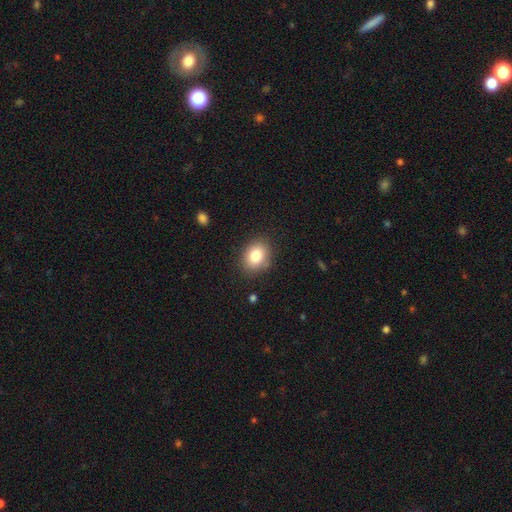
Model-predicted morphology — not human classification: Smooth or featured? Predicted: smooth (p=0.82). How rounded? Predicted: in between (p=0.56). Merging? Predicted: none (p=0.85).